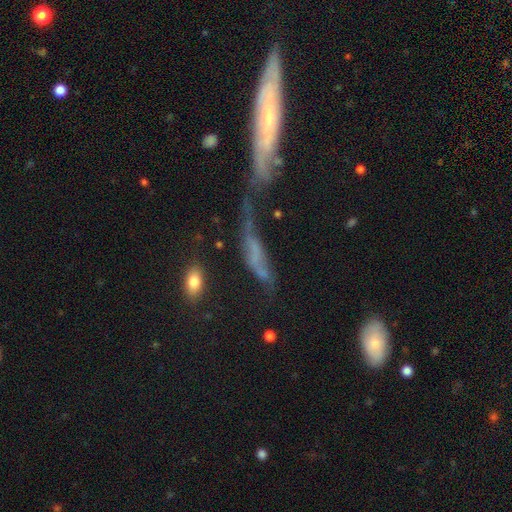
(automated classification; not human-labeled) This appears to be a featured or disk galaxy (47%). Merging: none (28%).